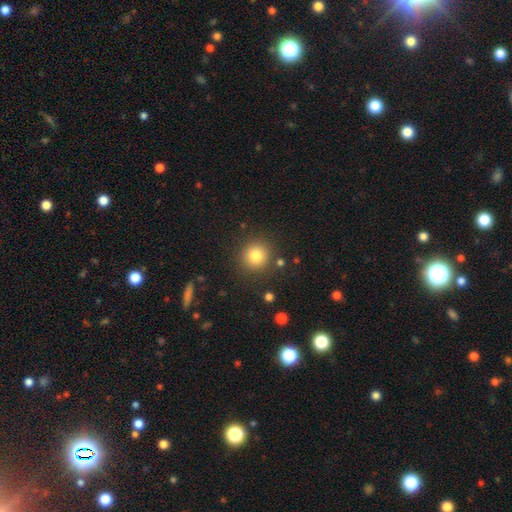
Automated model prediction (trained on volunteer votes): Smooth or featured?
  - smooth: 81% *
  - star or artifact: 12%
  - featured or disk: 7%
How rounded?
  - round: 93% *
  - in between: 6%
  - cigar-shaped: 1%
Merging?
  - none: 87% *
  - minor disturbance: 7%
  - major disturbance: 3%
  - merger: 3%